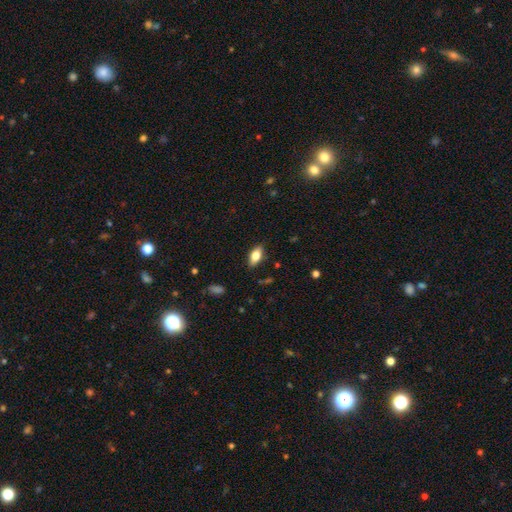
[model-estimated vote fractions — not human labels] Overall: smooth (73%). How rounded: in between (87%). Merging: none (85%).